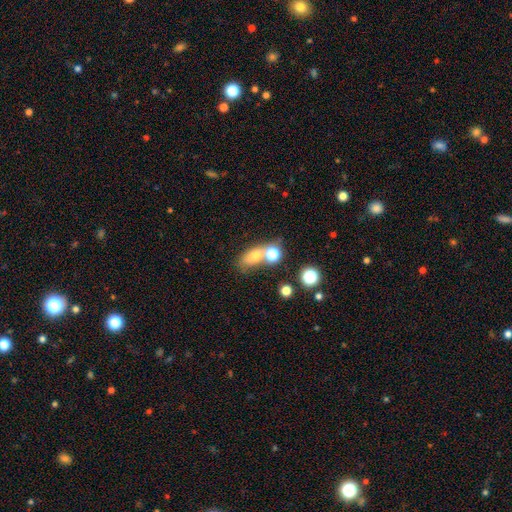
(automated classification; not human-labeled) smooth-or-featured: smooth: 68% | featured or disk: 18% | star or artifact: 15%
  how-rounded: in between: 63% | round: 26% | cigar-shaped: 11%
  merging: none: 46% | merger: 36% | minor disturbance: 12% | major disturbance: 6%